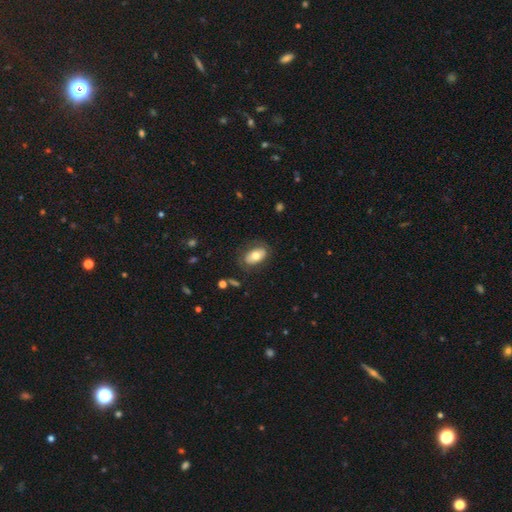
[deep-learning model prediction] A smooth galaxy with no disk features (66%) that is in between round and cigar-shaped (91%). Merging: none (75%).